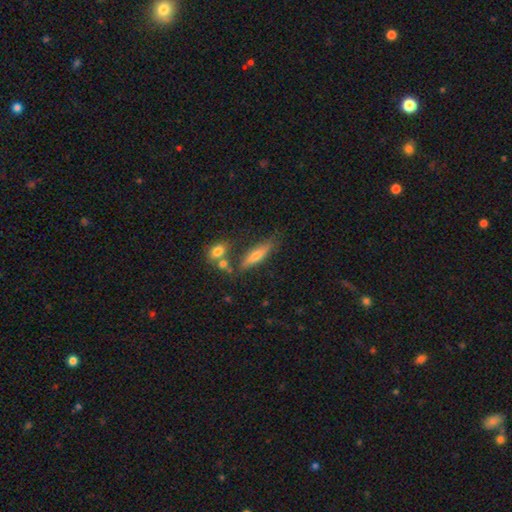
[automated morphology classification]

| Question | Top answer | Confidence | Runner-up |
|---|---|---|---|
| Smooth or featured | smooth | 56% | featured or disk (36%) |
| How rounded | cigar-shaped | 73% | in between (25%) |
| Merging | none | 69% | minor disturbance (15%) |